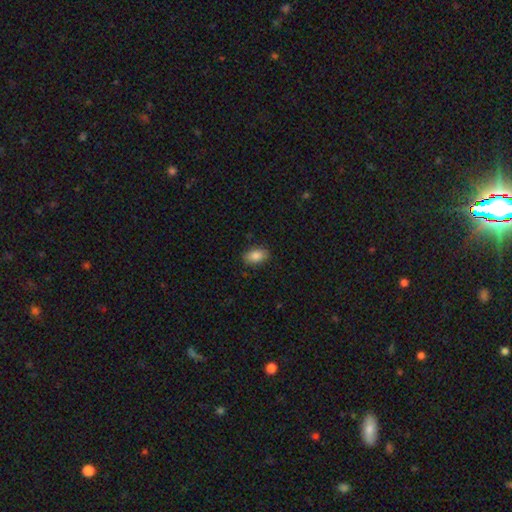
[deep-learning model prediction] The model was most divided on "merging": none: 87%, minor disturbance: 10%, major disturbance: 2%, merger: 1%. More confident: how rounded — in between (91%); smooth or featured — smooth (86%).